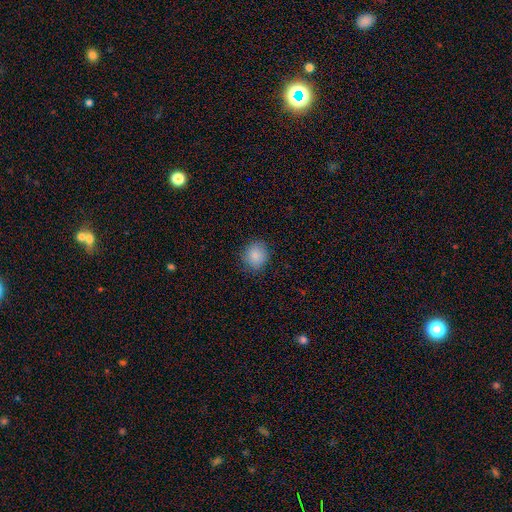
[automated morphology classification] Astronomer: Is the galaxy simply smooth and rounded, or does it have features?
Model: smooth — 87%.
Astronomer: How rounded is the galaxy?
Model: round — 81%.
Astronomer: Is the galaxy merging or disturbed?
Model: none — 84%.